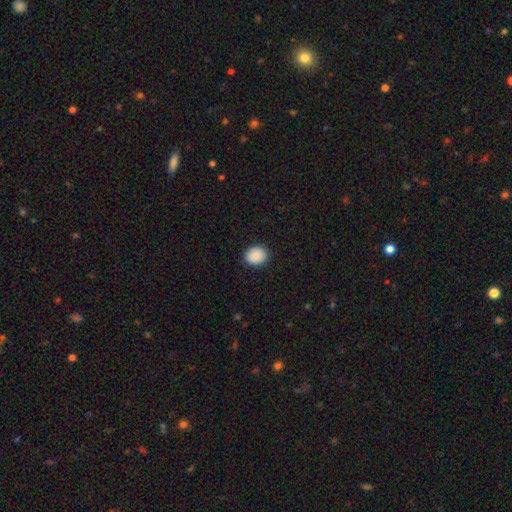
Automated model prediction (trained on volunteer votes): Smooth or featured? smooth (90%)
How rounded? round (60%)
Merging? none (90%)